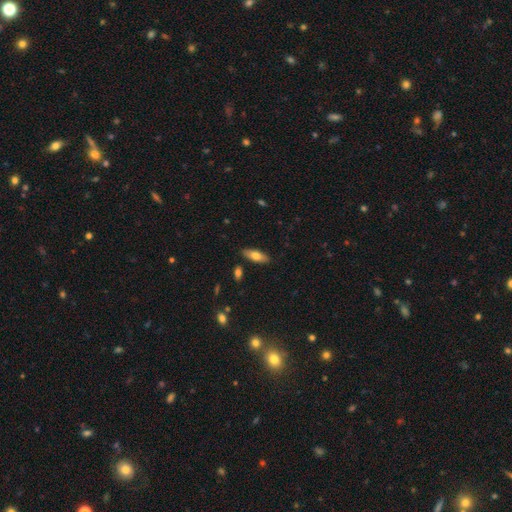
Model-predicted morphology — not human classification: Smooth or featured: smooth — 70% (featured or disk — 24%)
How rounded: in between — 68% (cigar-shaped — 30%)
Merging: none — 86% (minor disturbance — 10%)